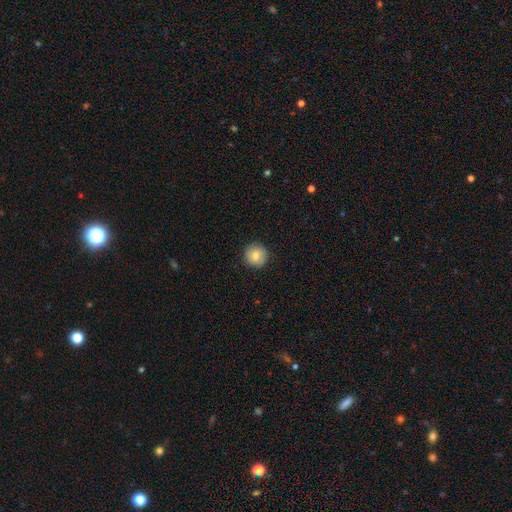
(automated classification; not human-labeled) Smooth or featured? Predicted: smooth (p=0.83). How rounded? Predicted: round (p=0.95). Merging? Predicted: none (p=0.90).